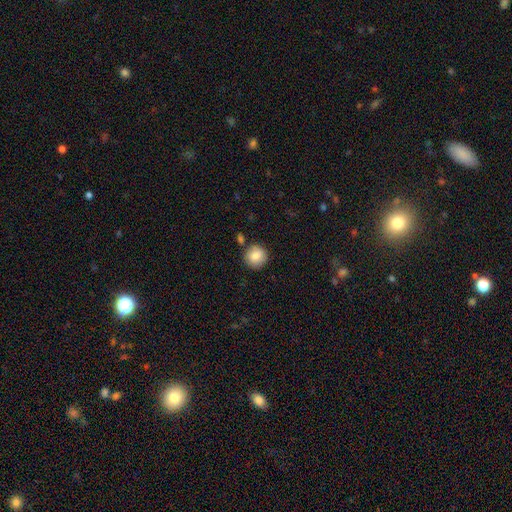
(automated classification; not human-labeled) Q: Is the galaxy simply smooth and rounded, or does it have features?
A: smooth — 85%.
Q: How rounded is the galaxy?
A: round — 94%.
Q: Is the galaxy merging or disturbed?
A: none — 83%.